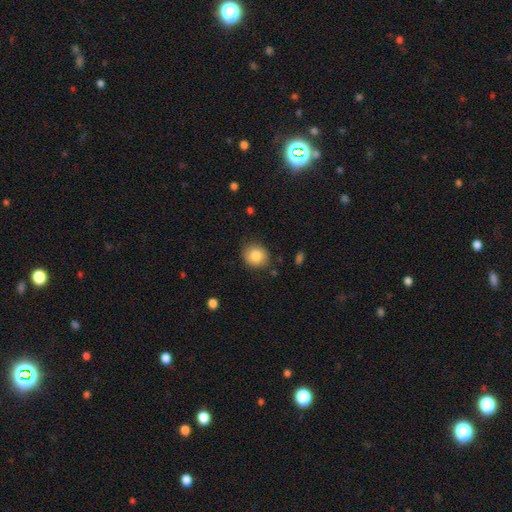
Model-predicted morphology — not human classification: Smooth or featured: smooth — 82% (featured or disk — 10%)
How rounded: round — 73% (in between — 26%)
Merging: none — 82% (minor disturbance — 13%)